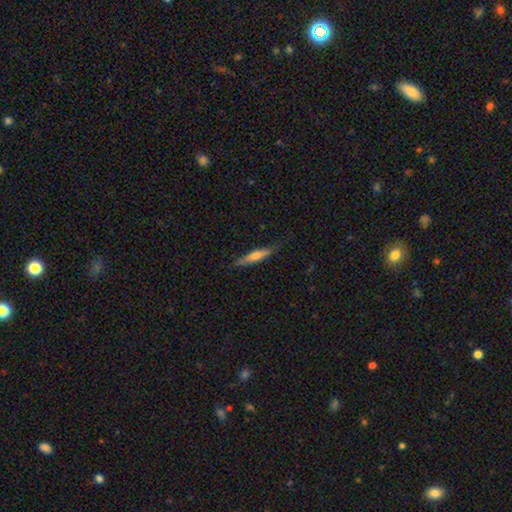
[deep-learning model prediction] This appears to be a smooth galaxy with no disk features (51%) that is cigar-shaped (86%). Merging: none (80%).